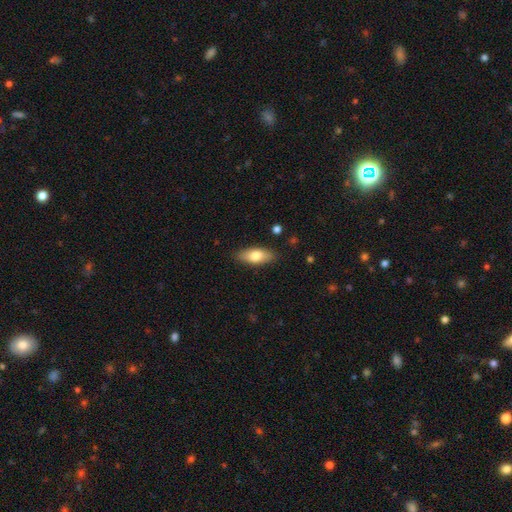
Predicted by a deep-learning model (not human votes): The model was most divided on "smooth or featured": smooth: 77%, featured or disk: 17%, star or artifact: 6%. More confident: merging — none (86%); how rounded — in between (82%).